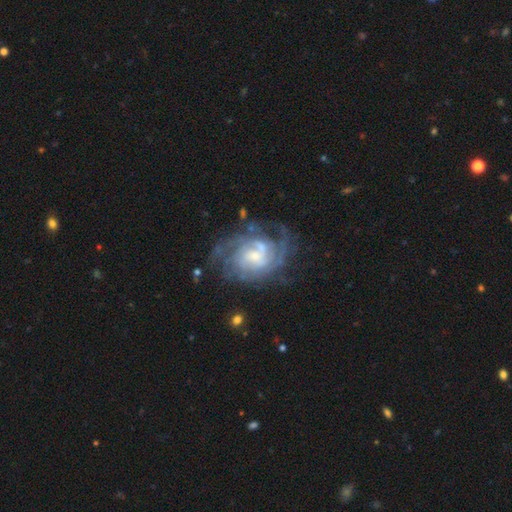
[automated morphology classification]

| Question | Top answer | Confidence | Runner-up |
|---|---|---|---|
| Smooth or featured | featured or disk | 86% | smooth (8%) |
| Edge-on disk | no | 98% | yes (2%) |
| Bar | no | 51% | weak (40%) |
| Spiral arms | yes | 95% | no (5%) |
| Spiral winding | tight | 58% | medium (34%) |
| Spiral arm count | can't tell | 34% | 2 (21%) |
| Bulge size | small | 48% | moderate (37%) |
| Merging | none | 63% | minor disturbance (19%) |